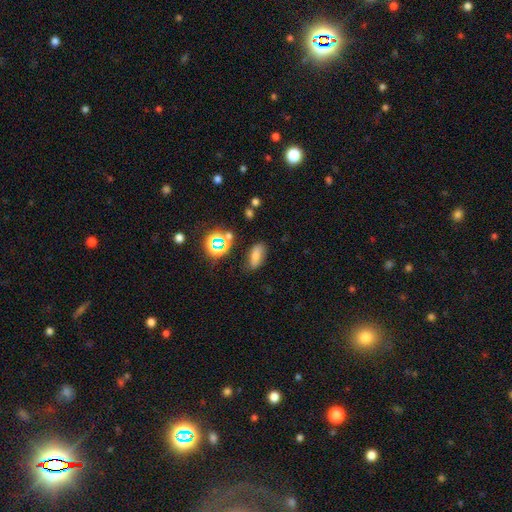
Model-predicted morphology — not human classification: smooth-or-featured: smooth: 65% | star or artifact: 19% | featured or disk: 15%
  how-rounded: in between: 78% | cigar-shaped: 13% | round: 8%
  merging: none: 75% | minor disturbance: 16% | major disturbance: 5% | merger: 3%